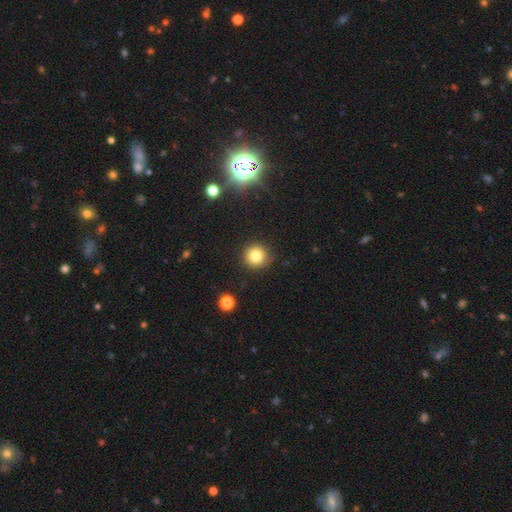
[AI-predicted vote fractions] smooth 81%, star or artifact 12%, featured or disk 7%. Down the decision tree: how rounded — round (94%); merging — none (87%).